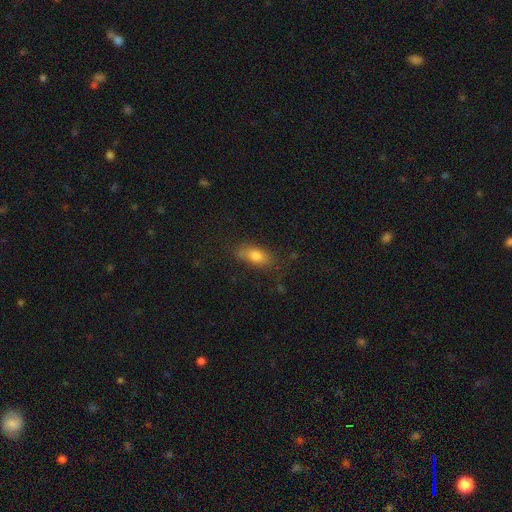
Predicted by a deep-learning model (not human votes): A smooth galaxy with no disk features (77%) that is in between round and cigar-shaped (80%).

Vote fractions:
- Smooth or featured? smooth: 77% / featured or disk: 13% / star or artifact: 10%
- How rounded? in between: 80% / cigar-shaped: 13% / round: 7%
- Merging? none: 73% / minor disturbance: 19% / major disturbance: 6% / merger: 3%